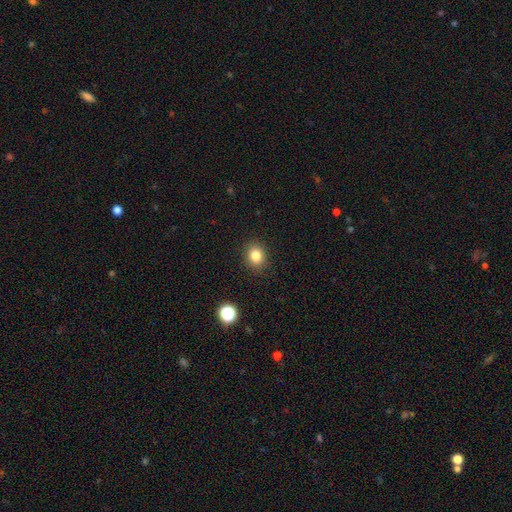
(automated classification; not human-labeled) Smooth or featured? smooth (83%)
How rounded? round (65%)
Merging? none (90%)